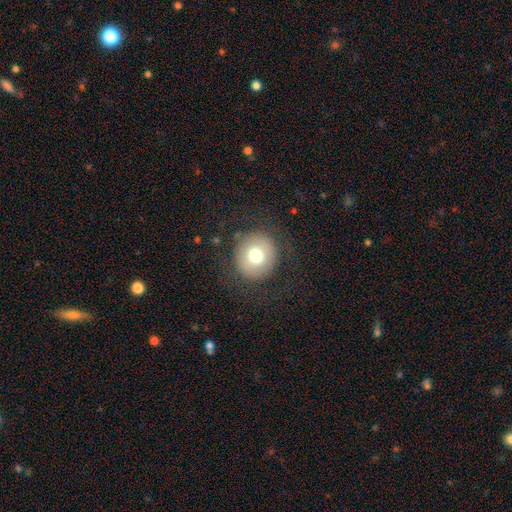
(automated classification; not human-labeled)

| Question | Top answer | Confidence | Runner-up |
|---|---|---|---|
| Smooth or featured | smooth | 71% | featured or disk (18%) |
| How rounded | round | 90% | in between (9%) |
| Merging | none | 82% | minor disturbance (10%) |